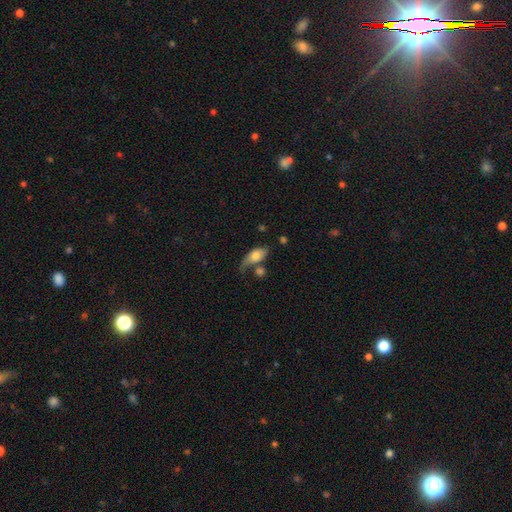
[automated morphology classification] smooth_or_featured: smooth (p=0.68) [alt: featured or disk p=0.24]
how_rounded: in between (p=0.87) [alt: cigar-shaped p=0.08]
merging: none (p=0.38) [alt: merger p=0.23]